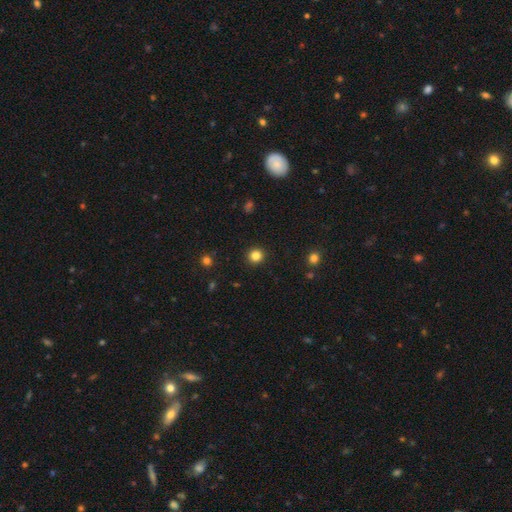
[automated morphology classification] The model was most divided on "smooth or featured": smooth: 83%, star or artifact: 13%, featured or disk: 5%. More confident: how rounded — round (94%); merging — none (92%).